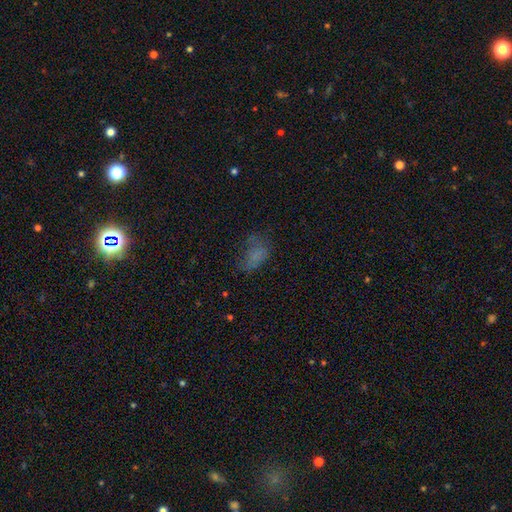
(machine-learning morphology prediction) Smooth or featured: smooth — 61% (star or artifact — 19%)
How rounded: in between — 87% (round — 9%)
Merging: none — 40% (major disturbance — 31%)